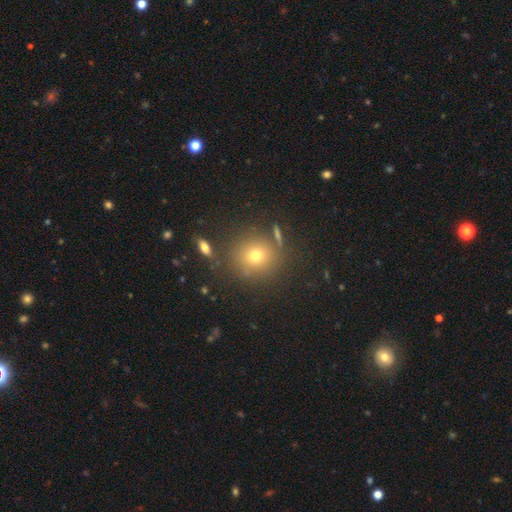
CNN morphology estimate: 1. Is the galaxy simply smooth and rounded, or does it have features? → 68% smooth, 20% star or artifact, 12% featured or disk.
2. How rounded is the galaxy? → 89% round, 10% in between, 1% cigar-shaped.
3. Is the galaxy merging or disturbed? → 81% none, 9% minor disturbance, 6% merger, 4% major disturbance.